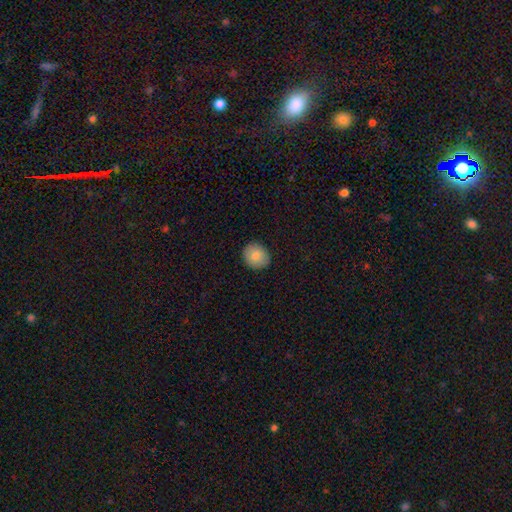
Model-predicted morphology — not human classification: smooth_or_featured: smooth (p=0.83) [alt: featured or disk p=0.09]
how_rounded: round (p=0.73) [alt: in between p=0.26]
merging: none (p=0.89) [alt: minor disturbance p=0.08]